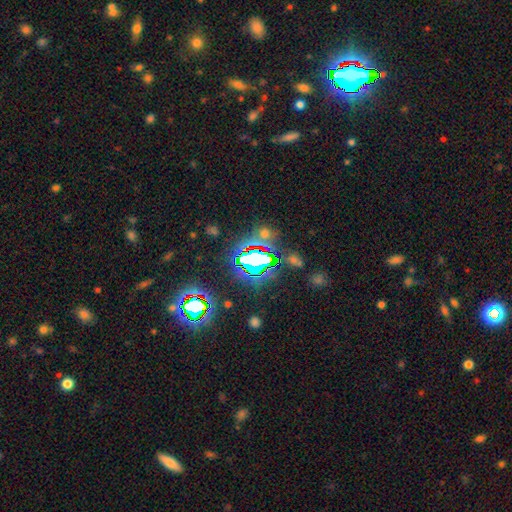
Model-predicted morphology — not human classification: Smooth or featured? star or artifact (71%)